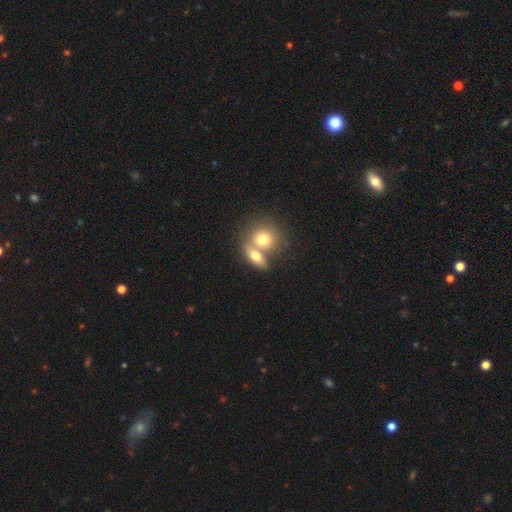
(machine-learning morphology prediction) A smooth galaxy with no disk features (71%) that is in between round and cigar-shaped (62%). Merging: merger (59%).